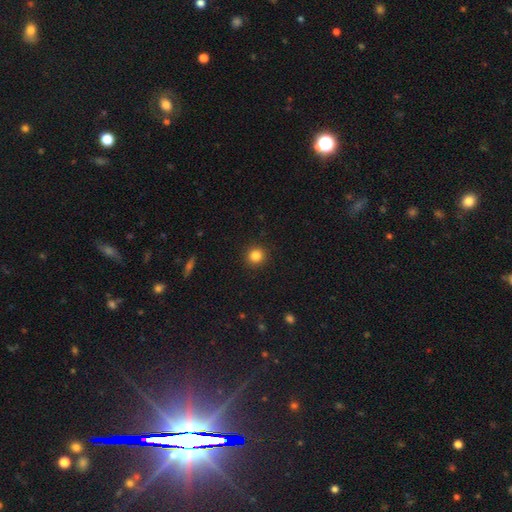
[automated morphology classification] smooth_or_featured: smooth (p=0.83) [alt: star or artifact p=0.12]
how_rounded: round (p=0.93) [alt: in between p=0.06]
merging: none (p=0.92) [alt: minor disturbance p=0.05]